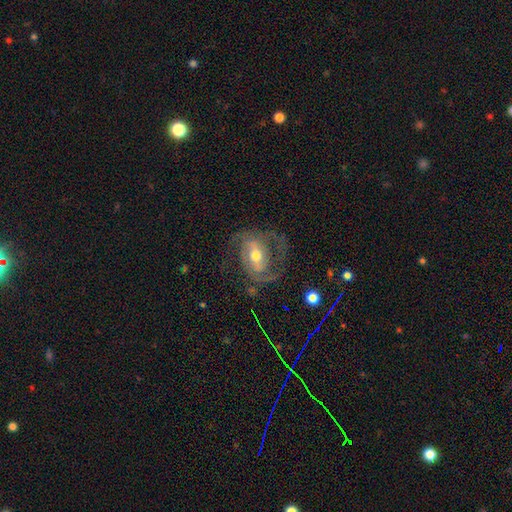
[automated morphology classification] Smooth or featured: featured or disk — 82% (smooth — 11%)
Edge-on disk: no — 96% (yes — 4%)
Bar: weak — 40% (strong — 32%)
Spiral arms: yes — 90% (no — 10%)
Spiral winding: medium — 48% (tight — 31%)
Spiral arm count: 2 — 68% (can't tell — 13%)
Bulge size: moderate — 67% (small — 25%)
Merging: none — 60% (major disturbance — 21%)